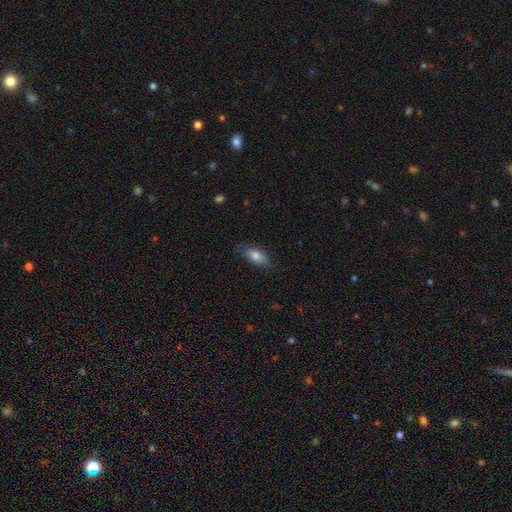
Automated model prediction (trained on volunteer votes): Smooth or featured?
  - smooth: 78% *
  - featured or disk: 15%
  - star or artifact: 7%
How rounded?
  - in between: 79% *
  - cigar-shaped: 18%
  - round: 3%
Merging?
  - none: 77% *
  - minor disturbance: 18%
  - major disturbance: 4%
  - merger: 1%